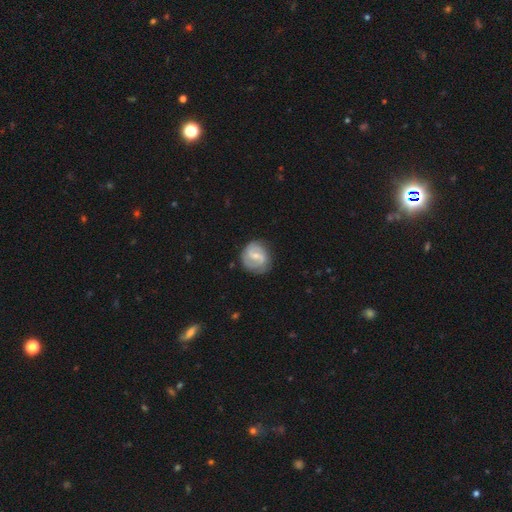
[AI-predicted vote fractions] The model was most divided on "spiral winding": medium: 44%, tight: 32%, loose: 24%. More confident: edge-on disk — no (98%); spiral arms — yes (87%); spiral arm count — 2 (76%); merging — none (72%); smooth or featured — featured or disk (71%); bar — weak (56%); bulge size — small (56%).